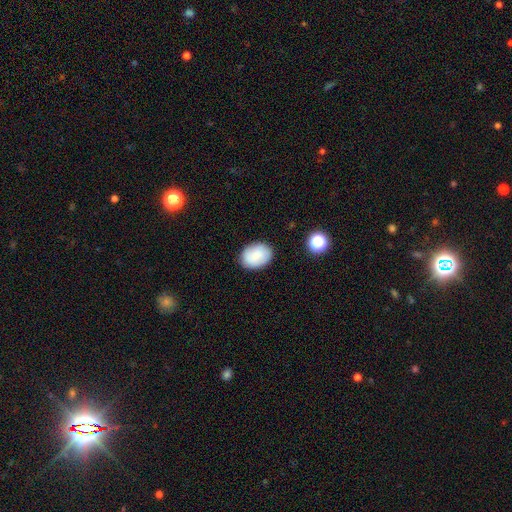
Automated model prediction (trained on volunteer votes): A smooth galaxy with no disk features (84%) that is in between round and cigar-shaped (66%). Merging: none (85%).